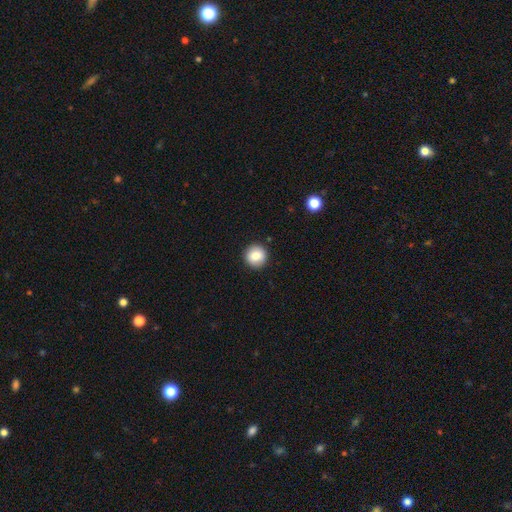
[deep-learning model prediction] This is clearly a smooth galaxy (84%). How rounded: clearly round (95%). Merging: clearly none (92%).